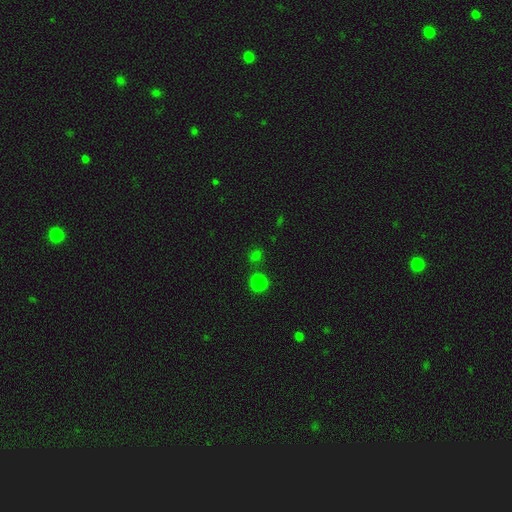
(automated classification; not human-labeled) The model was most divided on "smooth or featured": smooth: 71%, star or artifact: 25%, featured or disk: 4%. More confident: merging — none (80%); how rounded — round (80%).